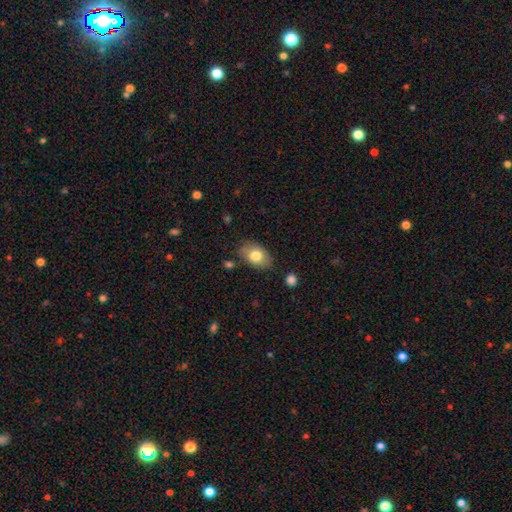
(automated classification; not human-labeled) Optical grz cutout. It shows a smooth galaxy with no disk features (77%) that is in between round and cigar-shaped (85%). Merging: none (79%).